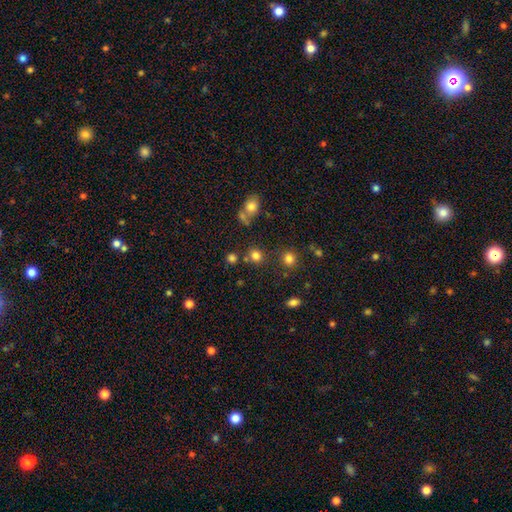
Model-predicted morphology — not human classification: Overall: smooth (78%). How rounded: round (85%). Merging: none (75%).